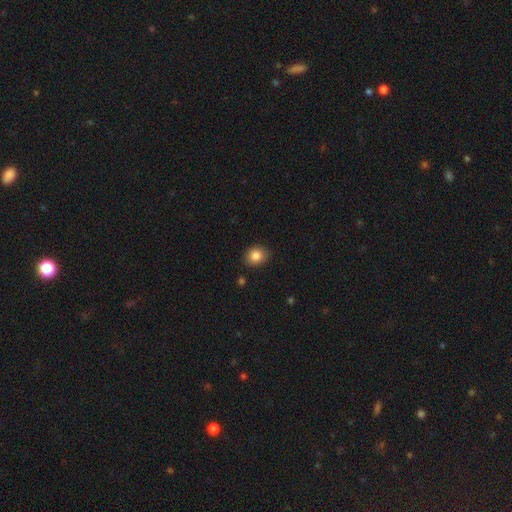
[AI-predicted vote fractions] Smooth or featured: smooth — 86% (star or artifact — 9%)
How rounded: round — 63% (in between — 36%)
Merging: none — 87% (minor disturbance — 9%)